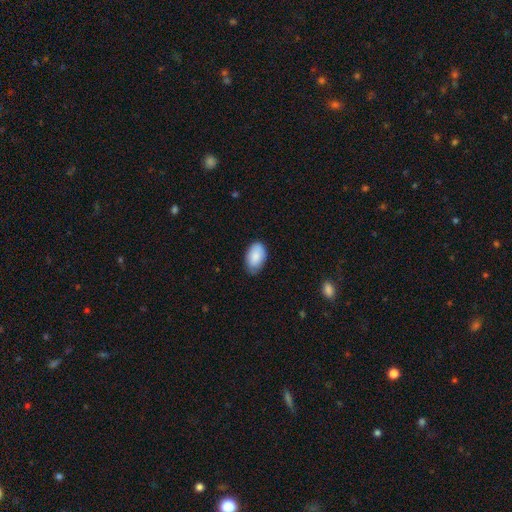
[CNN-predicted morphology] Smooth or featured? smooth (86%)
How rounded? in between (93%)
Merging? none (75%)